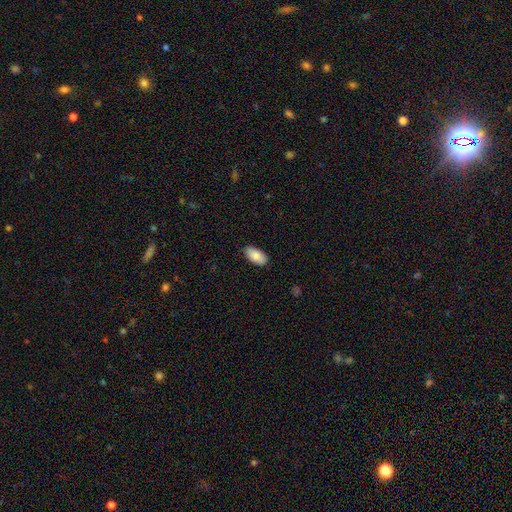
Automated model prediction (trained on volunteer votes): Smooth or featured?
  - smooth: 86% *
  - featured or disk: 8%
  - star or artifact: 6%
How rounded?
  - in between: 94% *
  - cigar-shaped: 3%
  - round: 2%
Merging?
  - none: 88% *
  - minor disturbance: 10%
  - major disturbance: 2%
  - merger: 1%